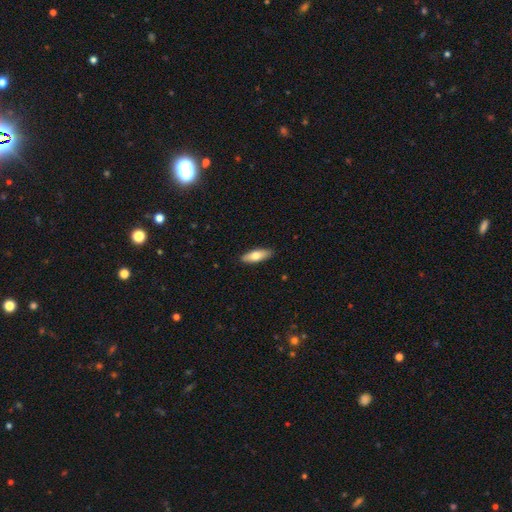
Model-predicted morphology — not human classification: smooth_or_featured: smooth (p=0.72) [alt: featured or disk p=0.23]
how_rounded: in between (p=0.59) [alt: cigar-shaped p=0.39]
merging: none (p=0.89) [alt: minor disturbance p=0.08]